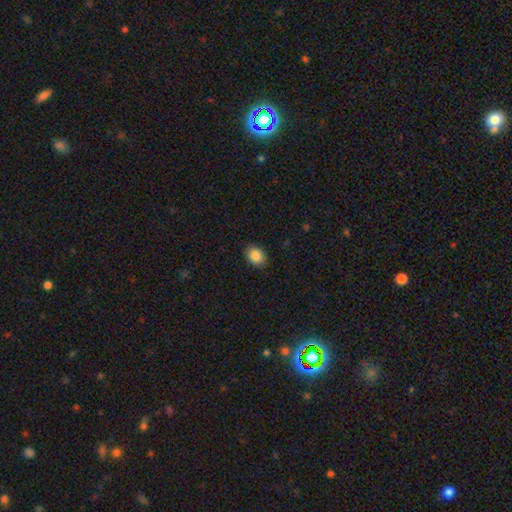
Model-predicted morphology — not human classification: The model was most divided on "how rounded": in between: 53%, round: 46%, cigar-shaped: 1%. More confident: merging — none (88%); smooth or featured — smooth (87%).